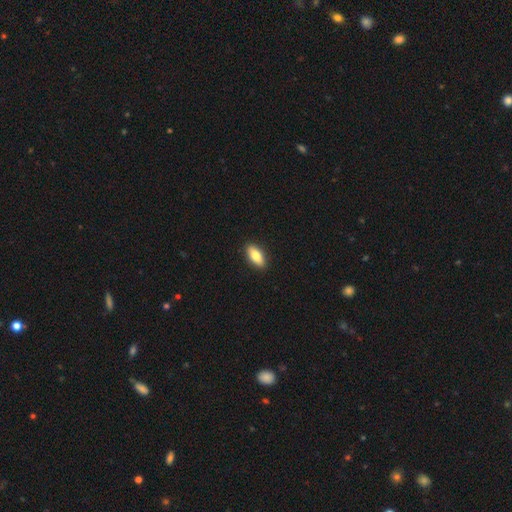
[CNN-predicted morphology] This is clearly a smooth galaxy (81%). How rounded: clearly in between (82%). Merging: clearly none (90%).